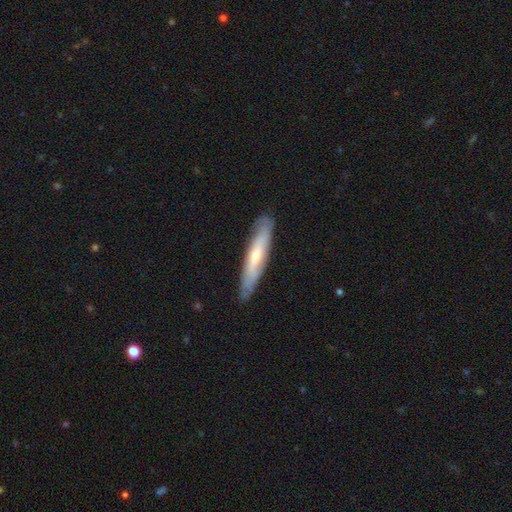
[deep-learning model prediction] This appears to be a featured or disk galaxy (49%). Merging: none (83%).